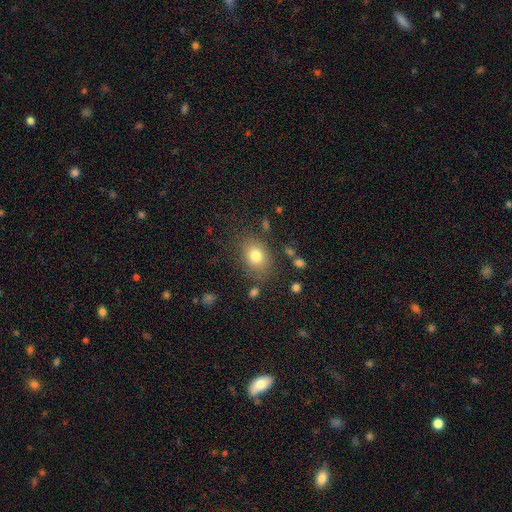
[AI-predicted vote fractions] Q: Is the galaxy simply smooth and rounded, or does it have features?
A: smooth — 79%.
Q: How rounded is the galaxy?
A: in between — 63%.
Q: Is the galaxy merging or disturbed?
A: none — 78%.